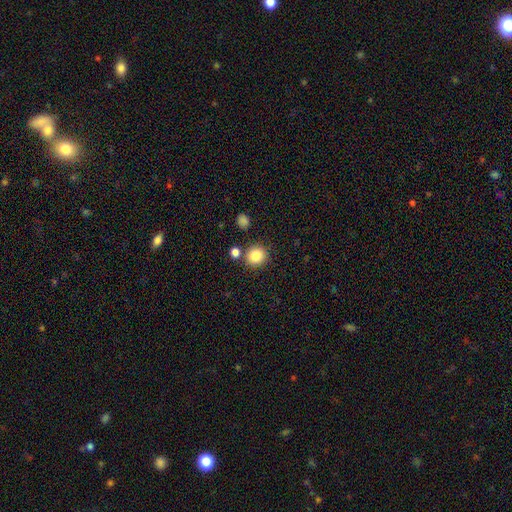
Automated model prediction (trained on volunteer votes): Morphology: type=smooth (85%); roundness=round (88%); merging=none (79%).